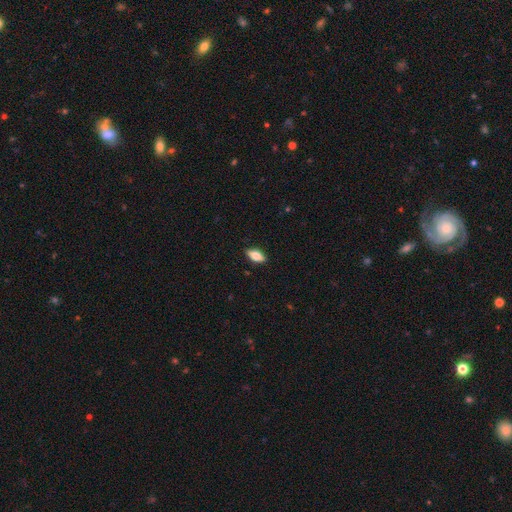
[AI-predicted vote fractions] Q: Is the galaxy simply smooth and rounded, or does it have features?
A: smooth — 70%.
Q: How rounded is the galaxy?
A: in between — 82%.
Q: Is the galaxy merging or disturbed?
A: none — 88%.